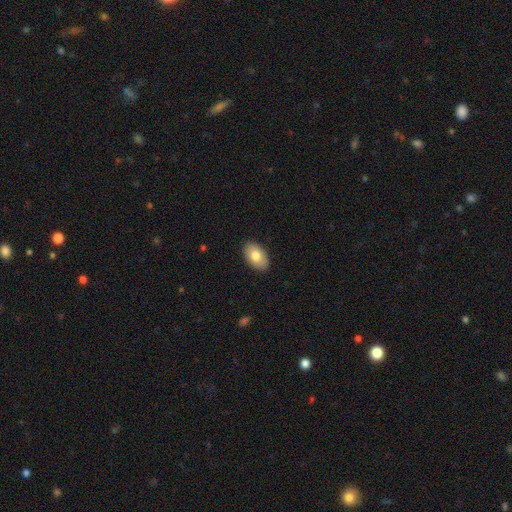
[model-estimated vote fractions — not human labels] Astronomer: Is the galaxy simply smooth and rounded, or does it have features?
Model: smooth — 78%.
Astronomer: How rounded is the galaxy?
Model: in between — 92%.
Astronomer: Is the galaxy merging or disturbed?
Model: none — 89%.